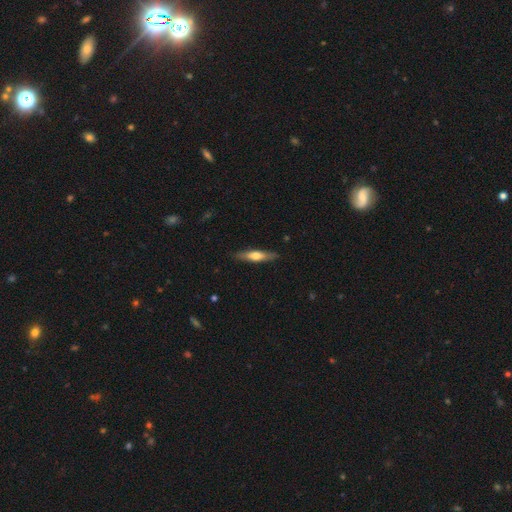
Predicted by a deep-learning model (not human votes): This is possibly a smooth galaxy (54%). How rounded: clearly cigar-shaped (81%). Merging: clearly none (87%).